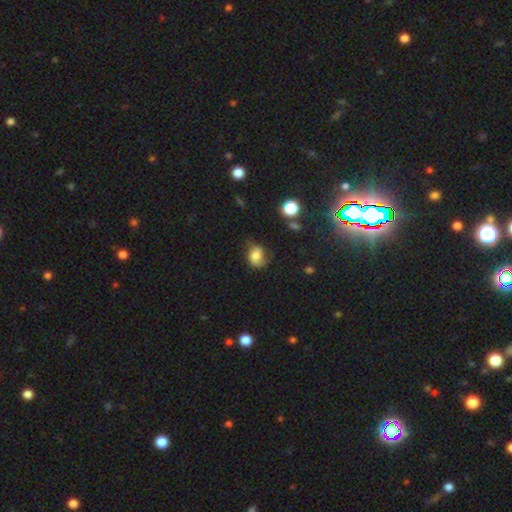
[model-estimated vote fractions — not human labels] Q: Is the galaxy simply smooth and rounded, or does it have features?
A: smooth — 66%.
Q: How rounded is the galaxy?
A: in between — 61%.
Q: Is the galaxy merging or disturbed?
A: none — 45%.